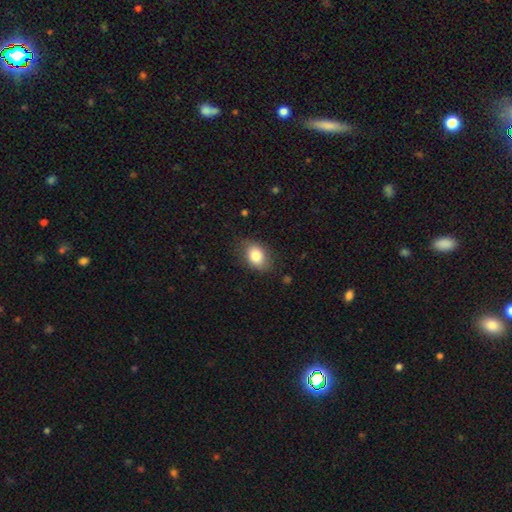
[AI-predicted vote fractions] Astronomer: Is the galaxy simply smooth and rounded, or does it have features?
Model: smooth — 82%.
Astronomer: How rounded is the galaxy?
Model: in between — 80%.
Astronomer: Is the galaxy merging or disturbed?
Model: none — 78%.